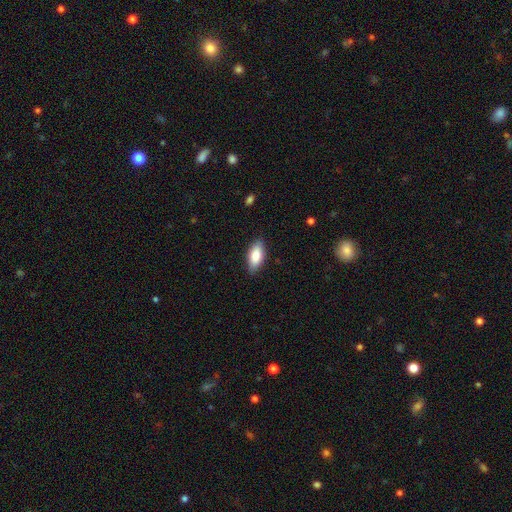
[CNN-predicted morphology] A smooth galaxy with no disk features (85%) that is in between round and cigar-shaped (88%).

Vote fractions:
- Smooth or featured? smooth: 85% / featured or disk: 9% / star or artifact: 6%
- How rounded? in between: 88% / cigar-shaped: 9% / round: 2%
- Merging? none: 85% / minor disturbance: 12% / major disturbance: 2% / merger: 1%